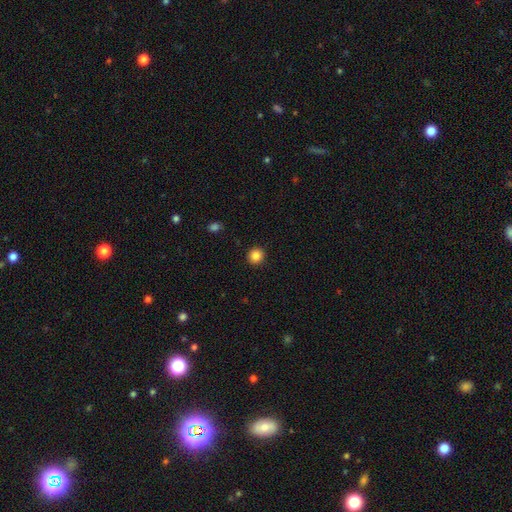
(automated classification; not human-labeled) Smooth or featured? Predicted: smooth (p=0.85). How rounded? Predicted: round (p=0.93). Merging? Predicted: none (p=0.92).